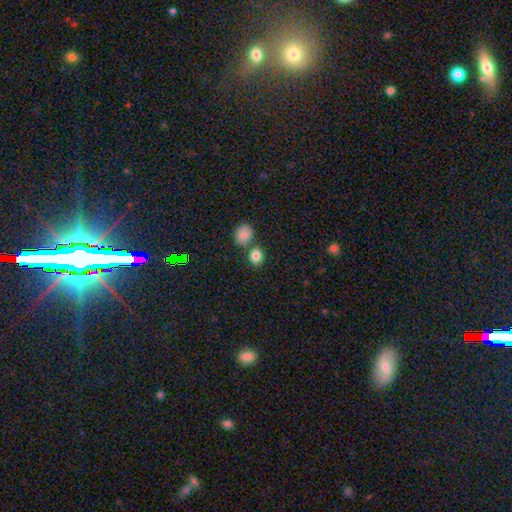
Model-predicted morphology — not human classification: This appears to be a smooth galaxy with no disk features (83%) that is round (60%). Merging: none (66%).